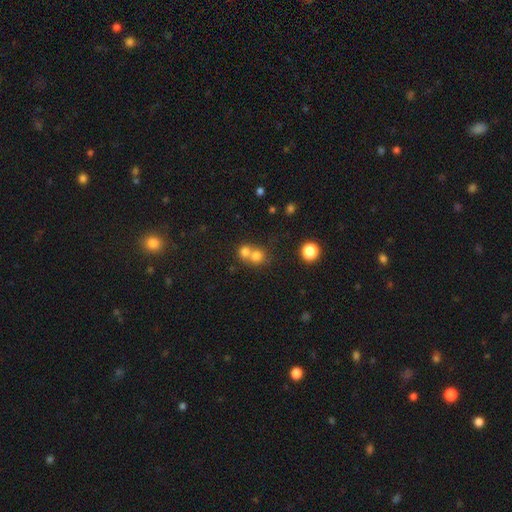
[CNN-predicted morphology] This is likely a smooth galaxy (74%). How rounded: clearly round (84%). Merging: possibly merger (56%).